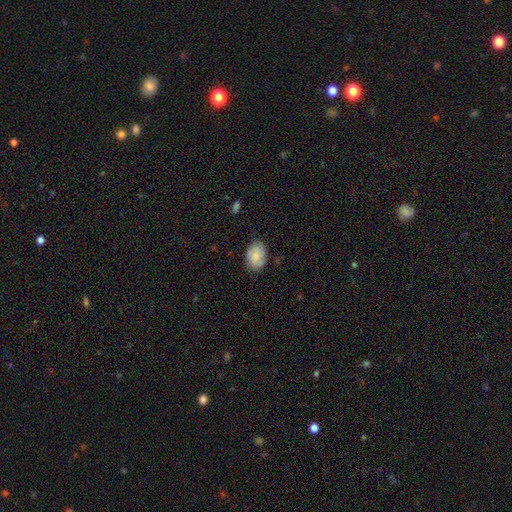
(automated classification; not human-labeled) smooth_or_featured: smooth (p=0.78) [alt: featured or disk p=0.15]
how_rounded: in between (p=0.84) [alt: round p=0.15]
merging: none (p=0.78) [alt: minor disturbance p=0.17]